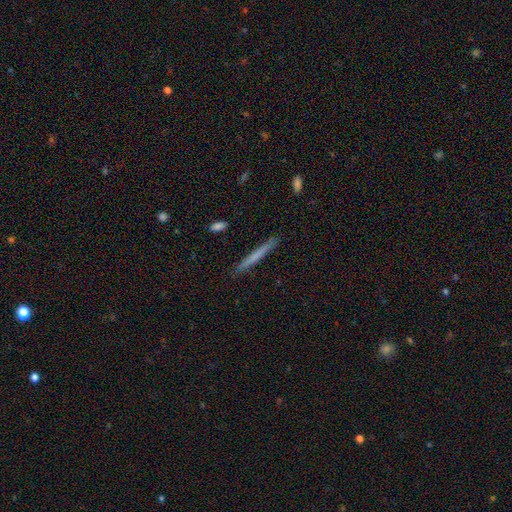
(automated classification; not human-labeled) smooth_or_featured: smooth (p=0.62) [alt: featured or disk p=0.32]
how_rounded: cigar-shaped (p=0.97) [alt: in between p=0.02]
merging: none (p=0.90) [alt: minor disturbance p=0.07]